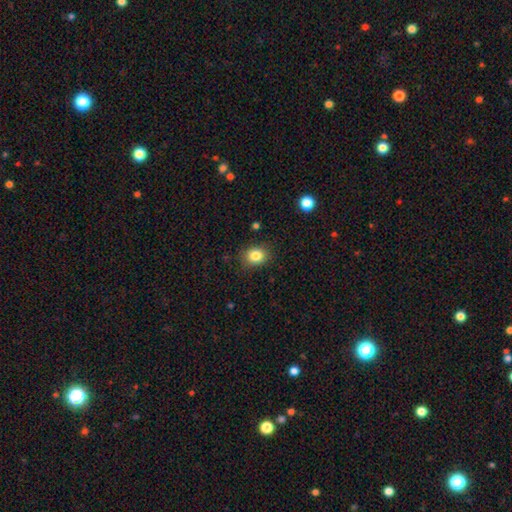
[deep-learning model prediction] This appears to be a smooth galaxy with no disk features (84%) that is round (54%). Merging: none (84%).